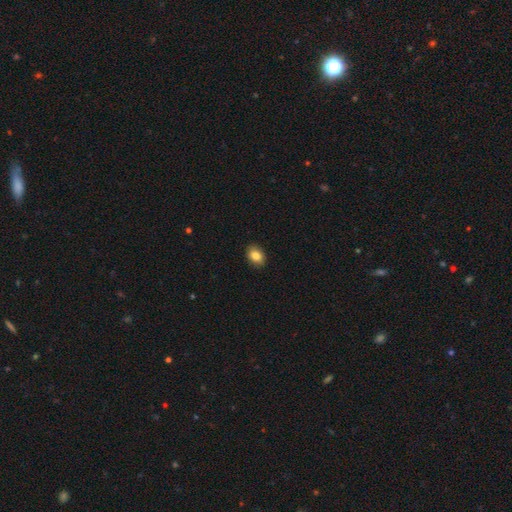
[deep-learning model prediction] Smooth or featured?
  - smooth: 84% *
  - star or artifact: 9%
  - featured or disk: 7%
How rounded?
  - in between: 66% *
  - round: 33%
  - cigar-shaped: 1%
Merging?
  - none: 90% *
  - minor disturbance: 7%
  - major disturbance: 2%
  - merger: 1%